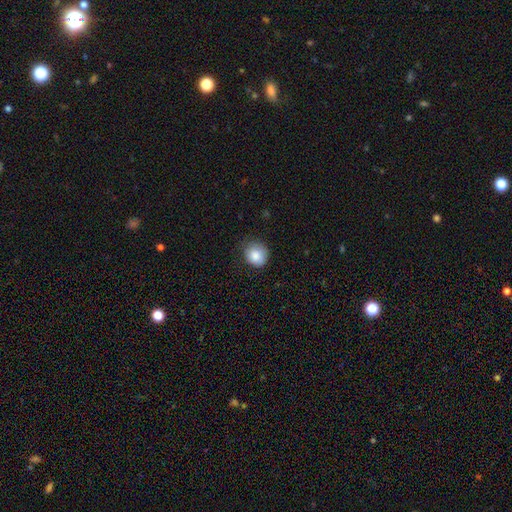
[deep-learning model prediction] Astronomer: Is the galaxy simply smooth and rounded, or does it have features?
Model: smooth — 85%.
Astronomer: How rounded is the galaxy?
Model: round — 80%.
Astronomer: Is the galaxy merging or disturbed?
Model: none — 68%.